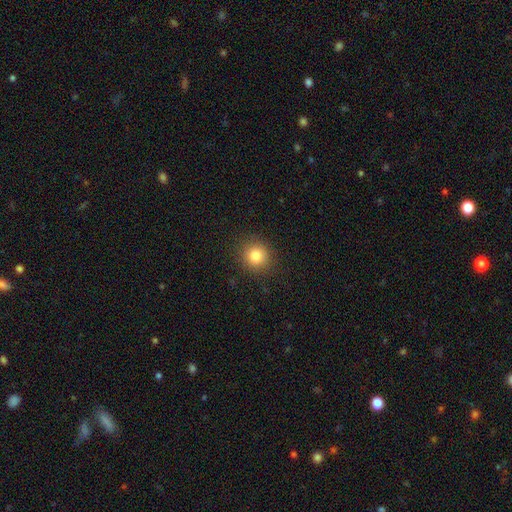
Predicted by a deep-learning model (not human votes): A smooth galaxy with no disk features (83%) that is round (90%). Merging: none (89%).